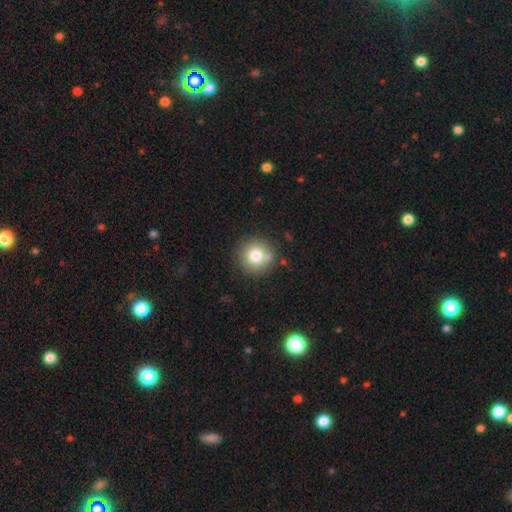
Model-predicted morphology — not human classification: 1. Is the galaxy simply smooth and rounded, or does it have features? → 77% smooth, 12% featured or disk, 11% star or artifact.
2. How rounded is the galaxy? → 94% round, 5% in between, 1% cigar-shaped.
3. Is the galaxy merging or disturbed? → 79% none, 11% minor disturbance, 6% merger, 4% major disturbance.